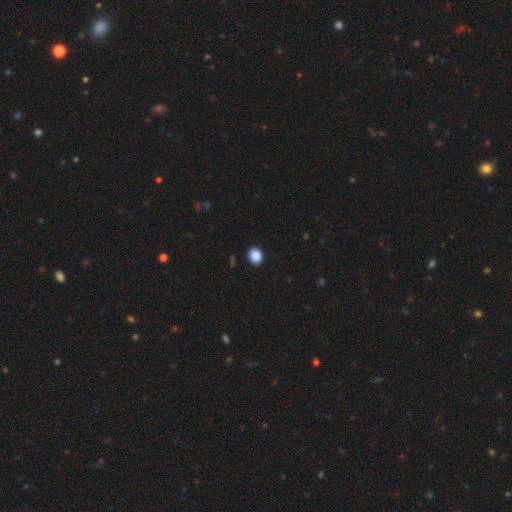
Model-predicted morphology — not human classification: type=smooth (89%); roundness=round (67%); merging=none (91%).